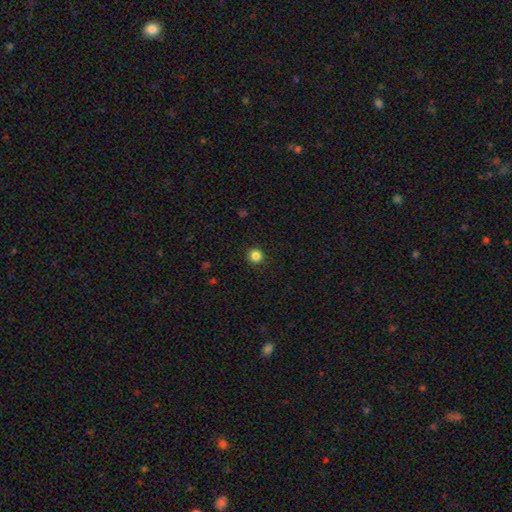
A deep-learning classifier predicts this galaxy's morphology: smooth-or-featured: smooth: 85% | star or artifact: 11% | featured or disk: 4%
  how-rounded: round: 94% | in between: 5% | cigar-shaped: 1%
  merging: none: 92% | minor disturbance: 5% | major disturbance: 2% | merger: 1%